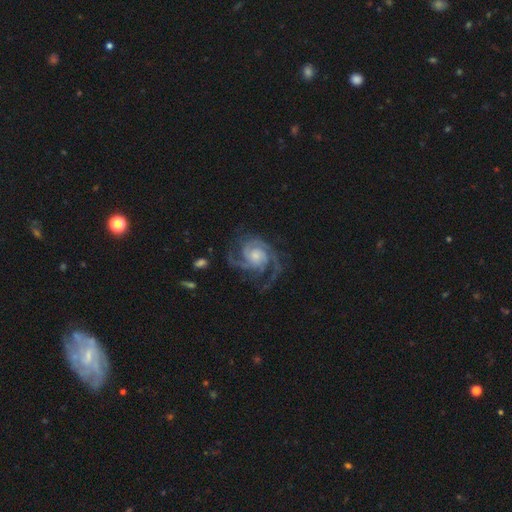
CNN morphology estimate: Smooth or featured? featured or disk (92%)
Edge-on disk? no (98%)
Bar? no (69%)
Spiral arms? yes (98%)
Spiral winding? tight (46%)
Spiral arm count? 3 (41%)
Bulge size? small (41%)
Merging? none (68%)